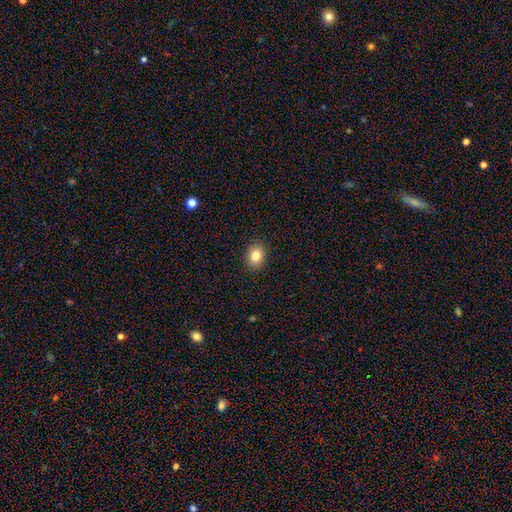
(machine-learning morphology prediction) This is clearly a smooth galaxy (83%). How rounded: possibly in between (55%). Merging: clearly none (90%).